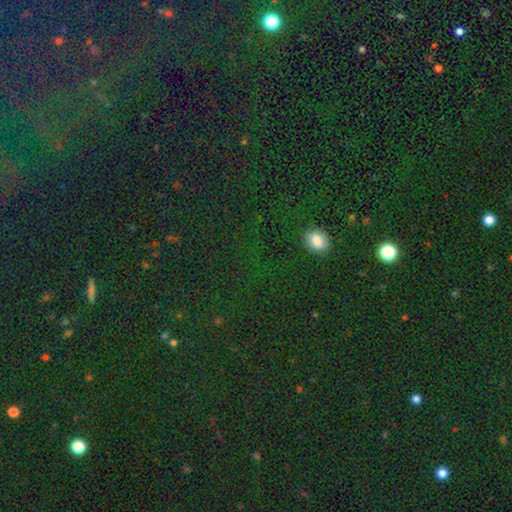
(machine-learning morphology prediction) type=star or artifact (75%).